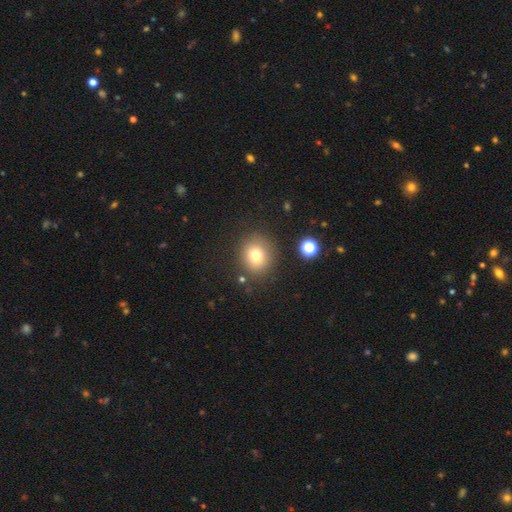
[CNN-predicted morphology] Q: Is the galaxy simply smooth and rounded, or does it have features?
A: smooth — 75%.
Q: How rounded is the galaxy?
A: round — 79%.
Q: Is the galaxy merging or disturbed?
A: none — 83%.